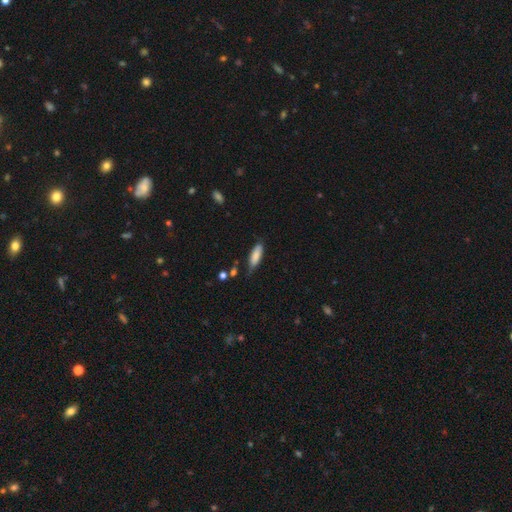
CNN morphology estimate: This appears to be a smooth galaxy with no disk features (82%) that is in between round and cigar-shaped (55%). Merging: none (59%).